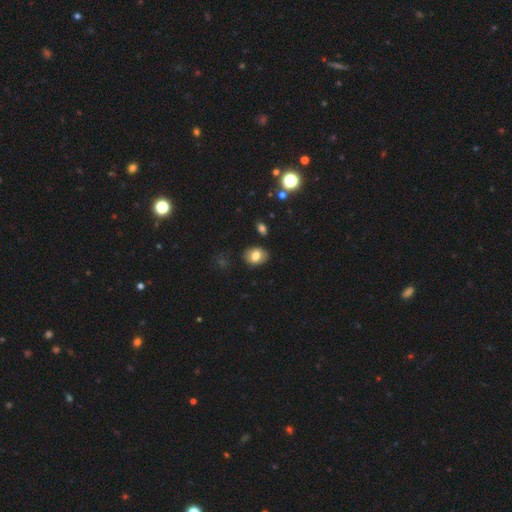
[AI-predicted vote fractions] A smooth galaxy with no disk features (78%) that is in between round and cigar-shaped (62%).

Vote fractions:
- Smooth or featured? smooth: 78% / featured or disk: 12% / star or artifact: 10%
- How rounded? in between: 62% / round: 37% / cigar-shaped: 1%
- Merging? none: 83% / minor disturbance: 11% / major disturbance: 3% / merger: 2%